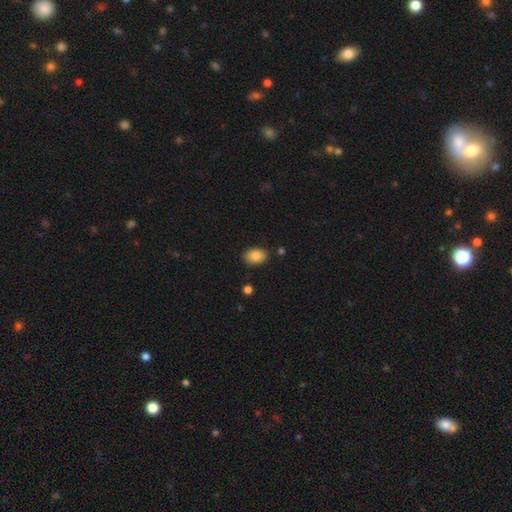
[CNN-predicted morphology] Q: Smooth or featured?
A: smooth (85%); runner-up: star or artifact (8%)
Q: How rounded?
A: in between (81%); runner-up: round (18%)
Q: Merging?
A: none (84%); runner-up: minor disturbance (11%)